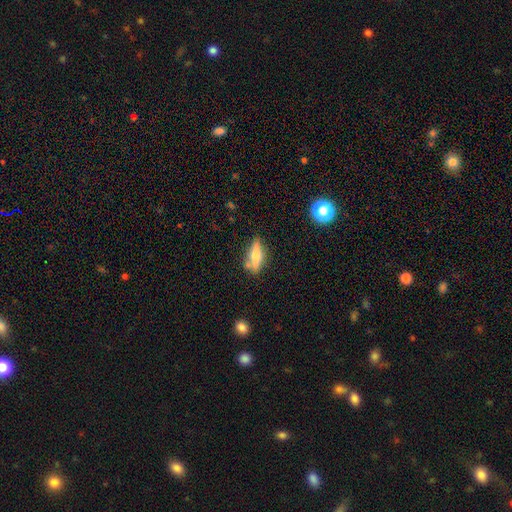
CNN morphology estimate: Smooth or featured? Predicted: smooth (p=0.49). Merging? Predicted: none (p=0.68).